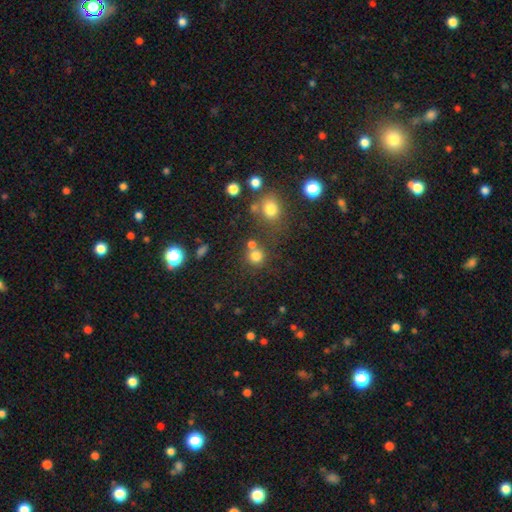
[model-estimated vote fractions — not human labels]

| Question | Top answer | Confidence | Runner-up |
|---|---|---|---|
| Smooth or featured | smooth | 75% | star or artifact (18%) |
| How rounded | round | 88% | in between (11%) |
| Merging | none | 63% | merger (22%) |